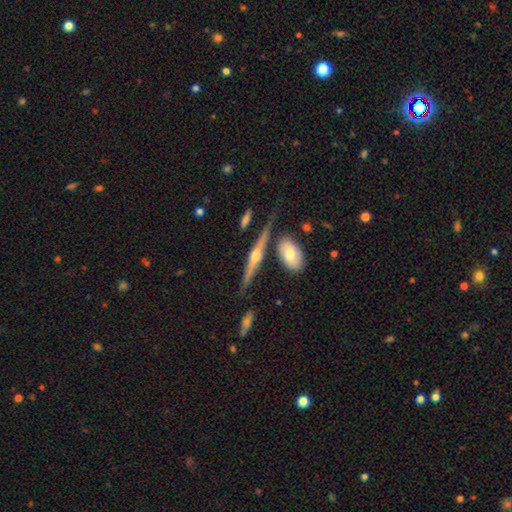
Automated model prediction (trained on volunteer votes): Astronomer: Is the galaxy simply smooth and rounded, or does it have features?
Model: featured or disk — 77%.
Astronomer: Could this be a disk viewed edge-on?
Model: yes — 95%.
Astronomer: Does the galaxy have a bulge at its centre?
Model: rounded — 90%.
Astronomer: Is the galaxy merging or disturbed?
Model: none — 74%.